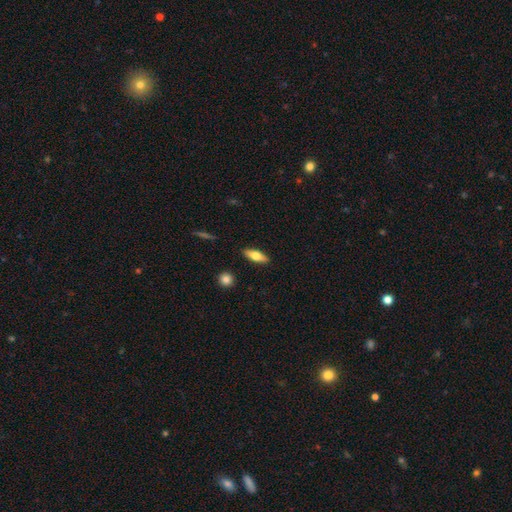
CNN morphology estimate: A smooth galaxy with no disk features (65%) that is in between round and cigar-shaped (63%). Merging: none (89%).